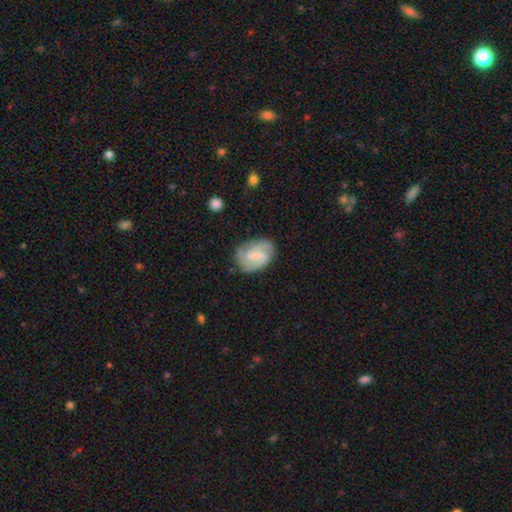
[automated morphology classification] featured or disk 78%, smooth 17%, star or artifact 5%. Down the decision tree: edge-on disk — no (98%); bar — weak (59%); spiral arms — yes (94%); spiral arm count — 2 (58%); spiral winding — medium (48%); bulge size — small (56%); merging — none (74%).